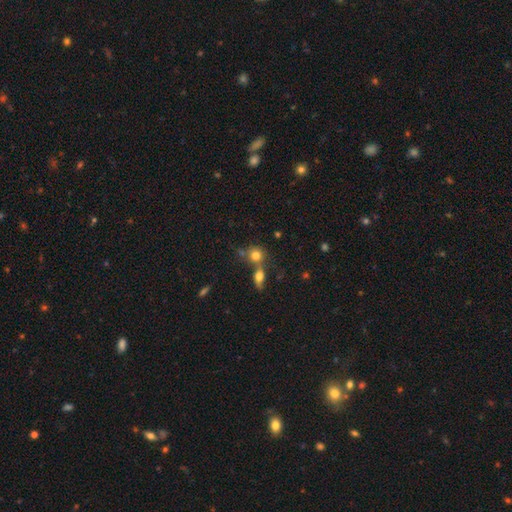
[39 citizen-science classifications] This appears to be a smooth galaxy with no disk features (82%) that is round (88%). Merging: merger (56%).